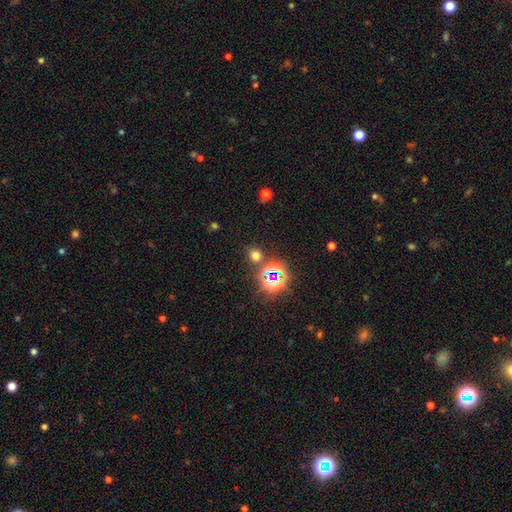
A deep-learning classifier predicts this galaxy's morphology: A smooth galaxy with no disk features (59%) that is round (73%).

Vote fractions:
- Smooth or featured? smooth: 59% / star or artifact: 34% / featured or disk: 6%
- How rounded? round: 73% / in between: 26% / cigar-shaped: 1%
- Merging? none: 80% / minor disturbance: 9% / merger: 7% / major disturbance: 4%